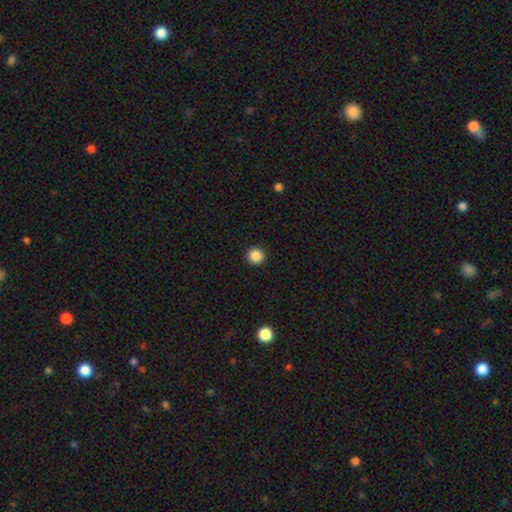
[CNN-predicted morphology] type=smooth (87%); roundness=round (95%); merging=none (93%).